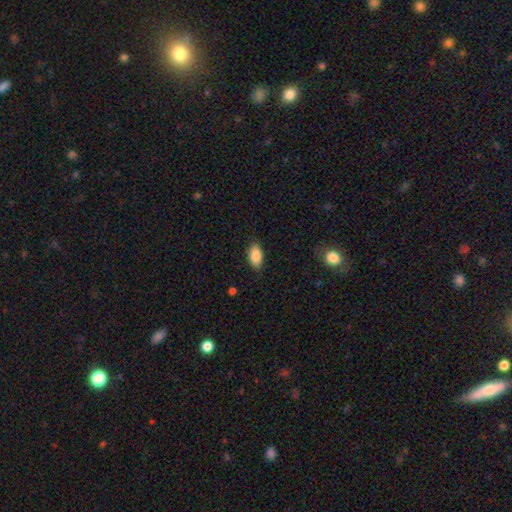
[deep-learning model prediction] This is clearly a smooth galaxy (86%). How rounded: clearly in between (92%). Merging: clearly none (85%).